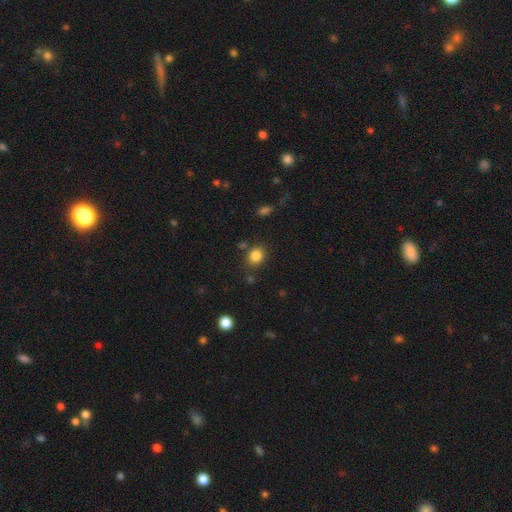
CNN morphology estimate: smooth 84%, star or artifact 11%, featured or disk 5%. Down the decision tree: how rounded — round (67%); merging — none (80%).